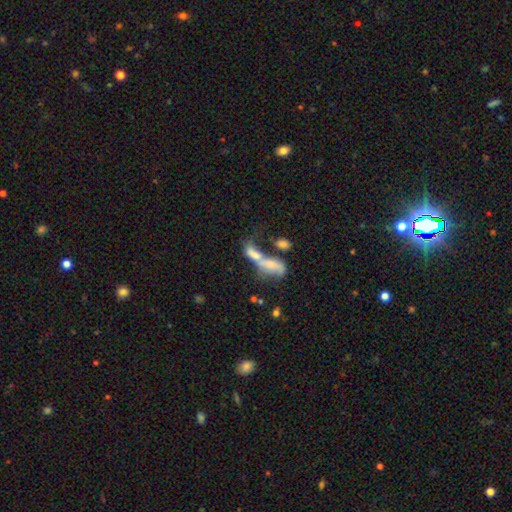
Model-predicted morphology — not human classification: Smooth or featured? Predicted: smooth (p=0.48). Merging? Predicted: merger (p=0.64).